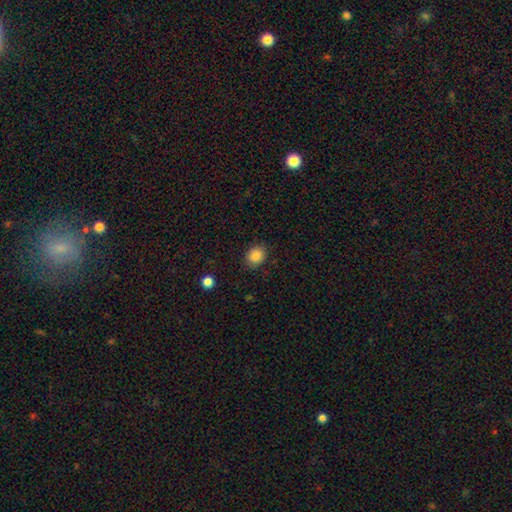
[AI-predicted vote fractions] A smooth galaxy with no disk features (85%) that is round (58%). Merging: none (87%).